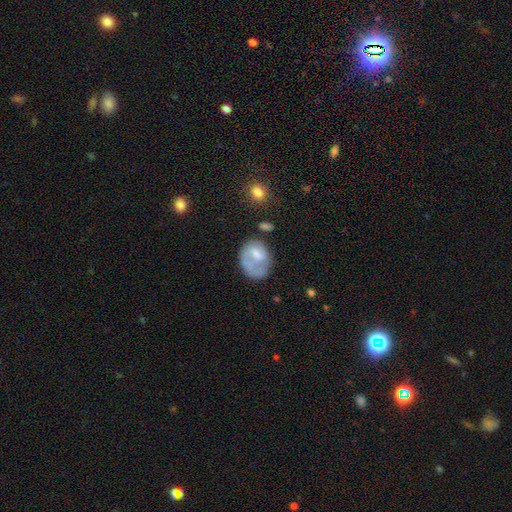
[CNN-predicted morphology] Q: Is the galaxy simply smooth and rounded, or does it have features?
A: smooth — 50%.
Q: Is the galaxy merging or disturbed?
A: none — 36%.